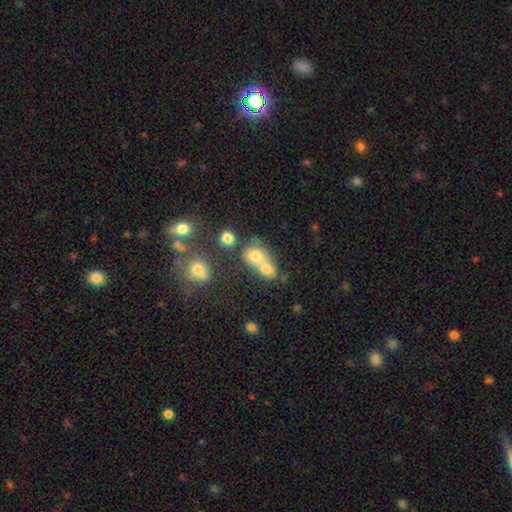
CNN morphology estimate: Q: Smooth or featured?
A: smooth (71%); runner-up: featured or disk (15%)
Q: How rounded?
A: round (57%); runner-up: in between (41%)
Q: Merging?
A: merger (64%); runner-up: none (25%)